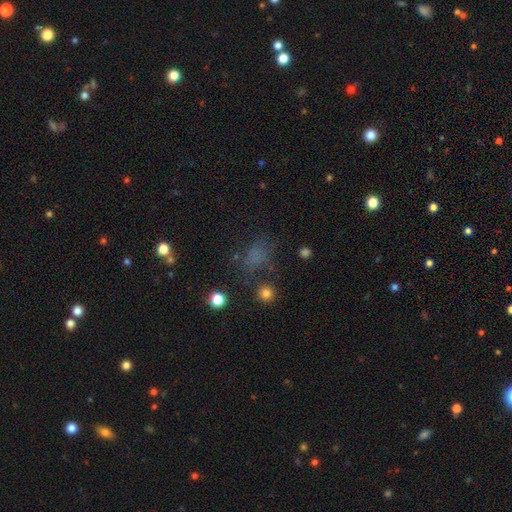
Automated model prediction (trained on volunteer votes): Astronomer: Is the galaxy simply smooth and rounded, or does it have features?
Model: smooth — 59%.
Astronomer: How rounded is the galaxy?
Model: in between — 52% (runner-up: round, 46%).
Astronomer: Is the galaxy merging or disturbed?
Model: none — 56%.